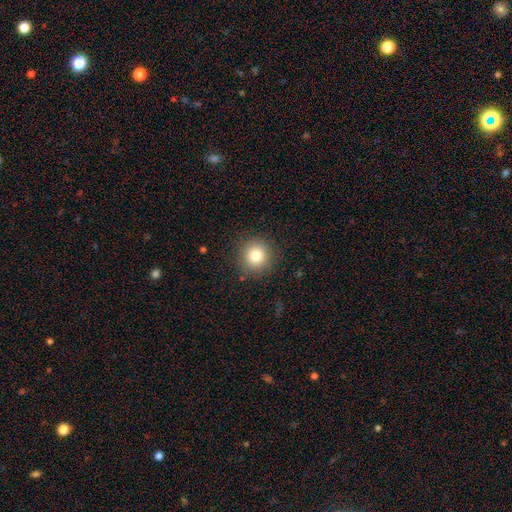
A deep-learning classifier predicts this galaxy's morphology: Smooth or featured?
  - smooth: 81% *
  - star or artifact: 12%
  - featured or disk: 8%
How rounded?
  - round: 93% *
  - in between: 6%
  - cigar-shaped: 1%
Merging?
  - none: 89% *
  - minor disturbance: 7%
  - major disturbance: 3%
  - merger: 1%